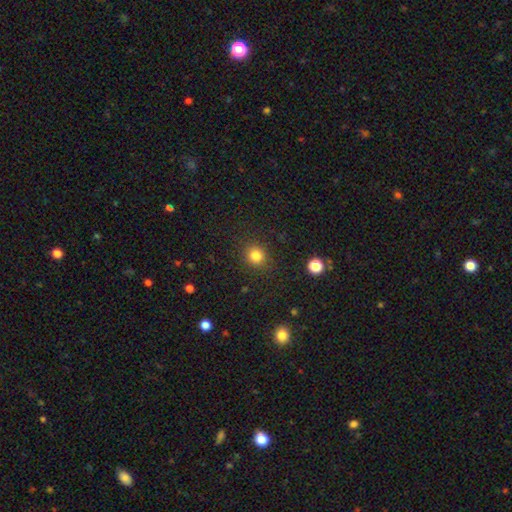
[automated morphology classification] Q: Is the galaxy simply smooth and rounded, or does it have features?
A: smooth — 83%.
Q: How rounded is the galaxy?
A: round — 86%.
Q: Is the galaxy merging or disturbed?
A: none — 88%.